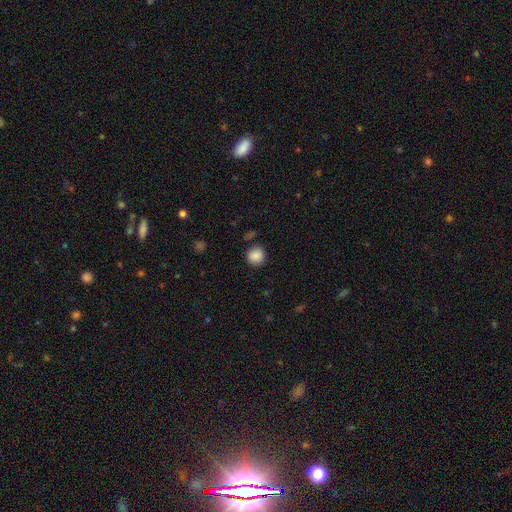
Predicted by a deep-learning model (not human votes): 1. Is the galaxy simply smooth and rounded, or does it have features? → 87% smooth, 9% star or artifact, 3% featured or disk.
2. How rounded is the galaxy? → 92% round, 7% in between, 1% cigar-shaped.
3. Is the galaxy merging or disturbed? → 87% none, 8% minor disturbance, 3% major disturbance, 3% merger.